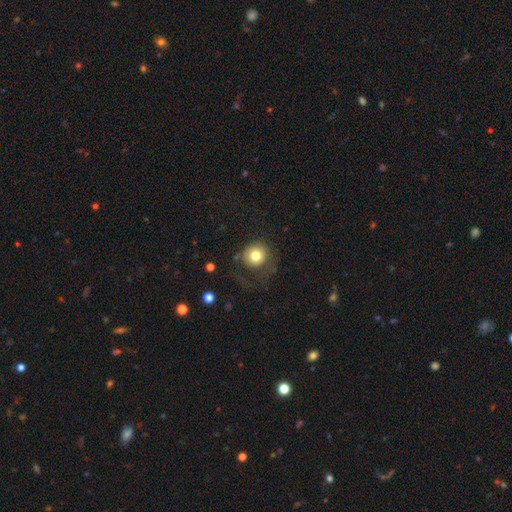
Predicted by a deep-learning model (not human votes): Overall: smooth (76%). How rounded: round (87%). Merging: none (53%; major disturbance 25%).